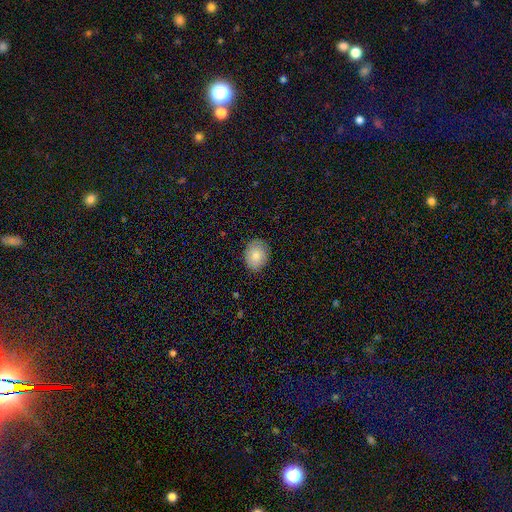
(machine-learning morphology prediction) Q: Smooth or featured?
A: smooth (82%); runner-up: featured or disk (11%)
Q: How rounded?
A: in between (57%); runner-up: round (43%)
Q: Merging?
A: none (83%); runner-up: minor disturbance (13%)